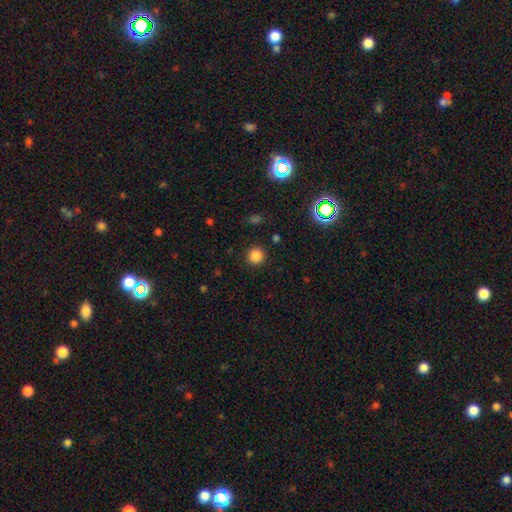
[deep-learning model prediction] A smooth galaxy with no disk features (84%) that is round (93%).

Vote fractions:
- Smooth or featured? smooth: 84% / star or artifact: 13% / featured or disk: 3%
- How rounded? round: 93% / in between: 6% / cigar-shaped: 1%
- Merging? none: 91% / minor disturbance: 6% / major disturbance: 2% / merger: 1%